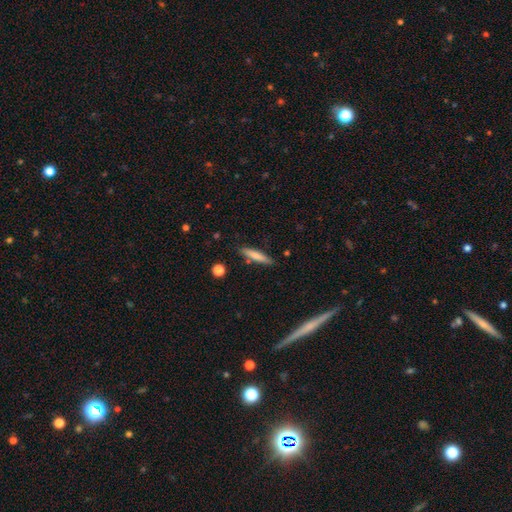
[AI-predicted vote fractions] A smooth galaxy with no disk features (74%) that is cigar-shaped (87%).

Vote fractions:
- Smooth or featured? smooth: 74% / featured or disk: 20% / star or artifact: 6%
- How rounded? cigar-shaped: 87% / in between: 12% / round: 1%
- Merging? none: 84% / minor disturbance: 10% / merger: 3% / major disturbance: 2%